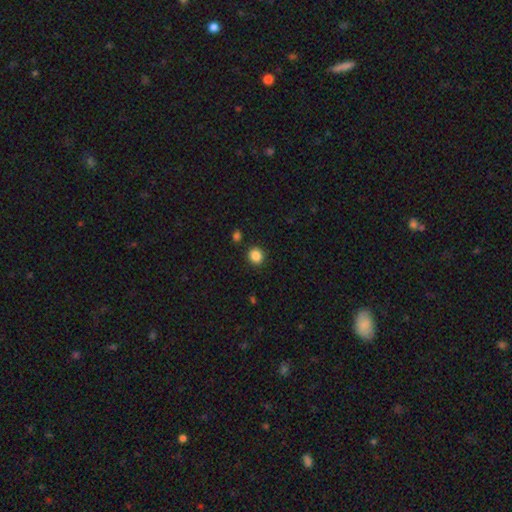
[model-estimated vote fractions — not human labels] Morphology: type=smooth (87%); roundness=round (83%); merging=none (88%).